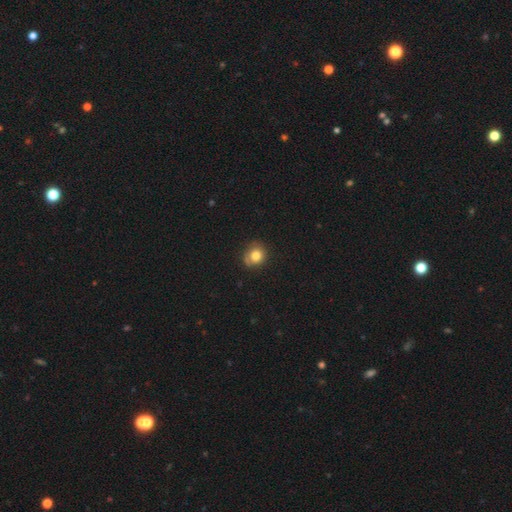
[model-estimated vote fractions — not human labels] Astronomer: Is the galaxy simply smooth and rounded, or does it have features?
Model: smooth — 79%.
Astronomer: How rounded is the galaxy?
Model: round — 77%.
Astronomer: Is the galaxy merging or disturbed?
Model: none — 66%.